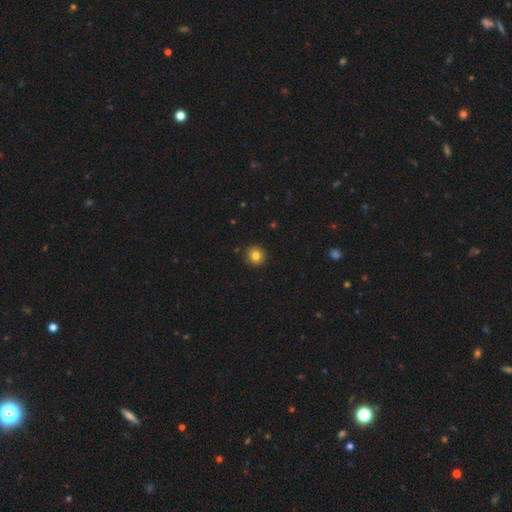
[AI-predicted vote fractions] Smooth or featured: smooth — 83% (star or artifact — 11%)
How rounded: round — 93% (in between — 6%)
Merging: none — 92% (minor disturbance — 5%)